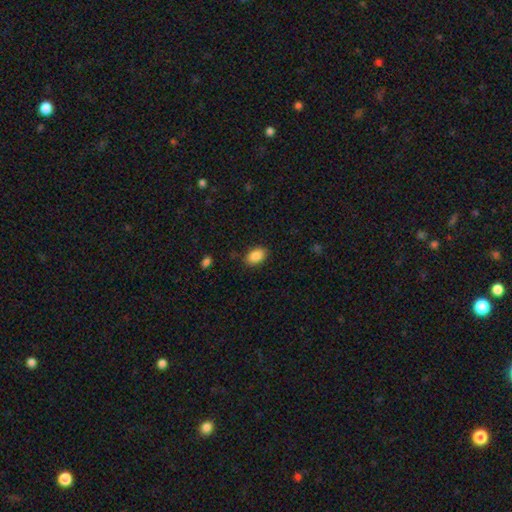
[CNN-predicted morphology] This appears to be a smooth galaxy with no disk features (88%) that is in between round and cigar-shaped (90%). Merging: none (85%).